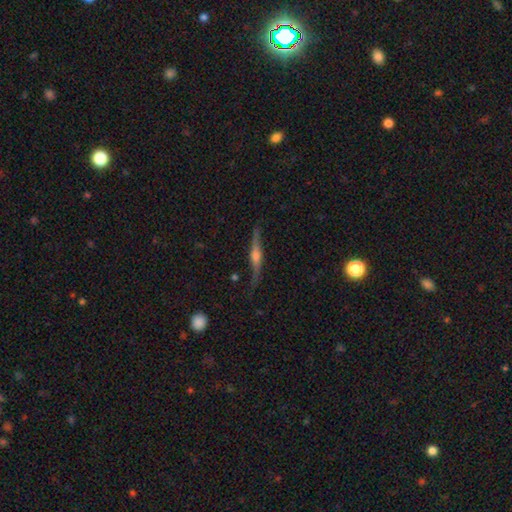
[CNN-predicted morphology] The model was most divided on "merging": none: 78%, minor disturbance: 16%, major disturbance: 4%, merger: 2%. More confident: edge-on disk — yes (93%); edge-on bulge — rounded (89%); smooth or featured — featured or disk (80%).